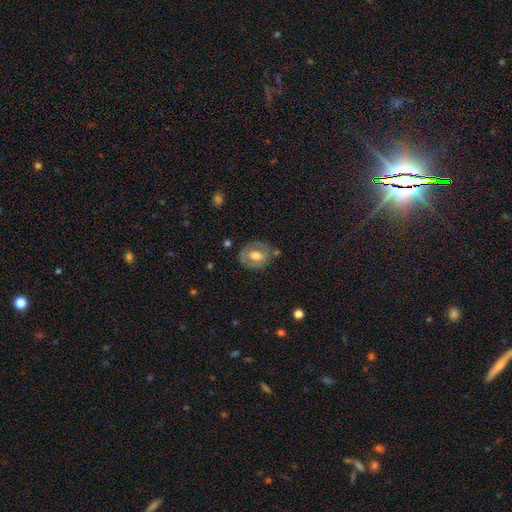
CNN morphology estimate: smooth-or-featured: featured or disk: 48% | smooth: 46% | star or artifact: 7%
  merging: none: 66% | minor disturbance: 21% | major disturbance: 8% | merger: 5%